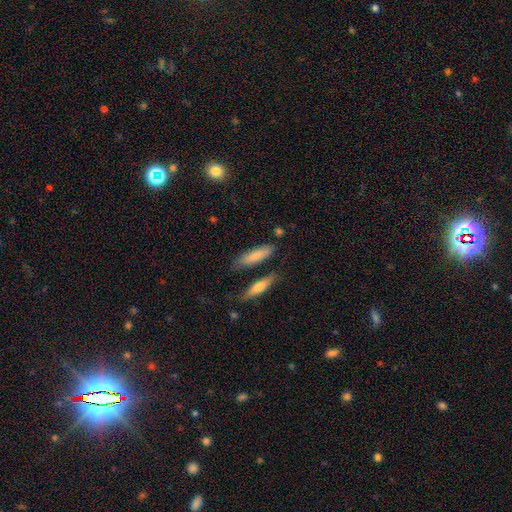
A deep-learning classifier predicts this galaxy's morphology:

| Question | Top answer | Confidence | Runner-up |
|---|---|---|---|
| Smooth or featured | smooth | 74% | featured or disk (19%) |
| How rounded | cigar-shaped | 60% | in between (38%) |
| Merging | none | 72% | minor disturbance (16%) |